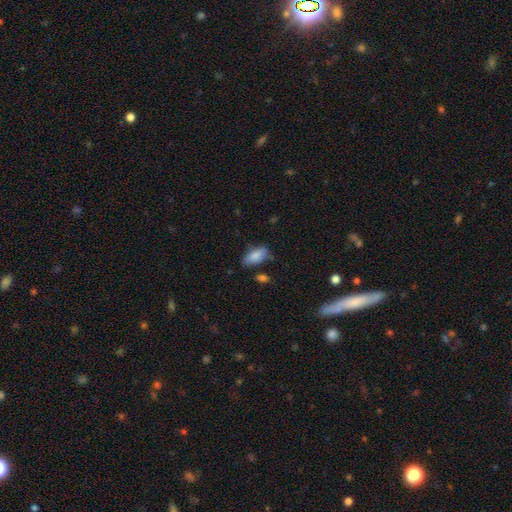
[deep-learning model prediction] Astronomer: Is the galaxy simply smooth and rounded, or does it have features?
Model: smooth — 83%.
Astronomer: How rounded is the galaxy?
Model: in between — 91%.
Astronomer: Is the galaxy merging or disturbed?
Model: none — 62%.